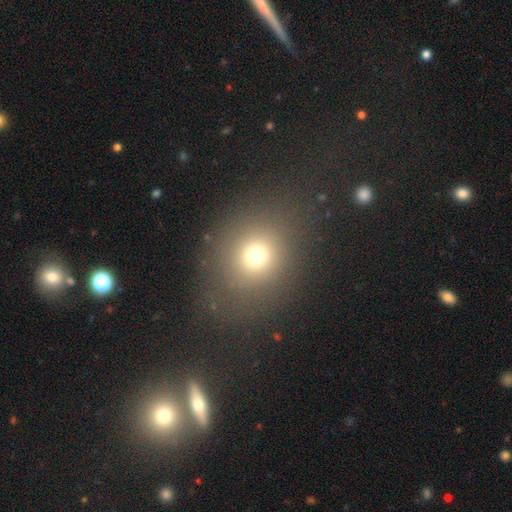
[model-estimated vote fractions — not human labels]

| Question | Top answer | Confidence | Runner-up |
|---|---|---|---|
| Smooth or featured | smooth | 71% | star or artifact (19%) |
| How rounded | round | 75% | in between (24%) |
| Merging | none | 82% | minor disturbance (9%) |